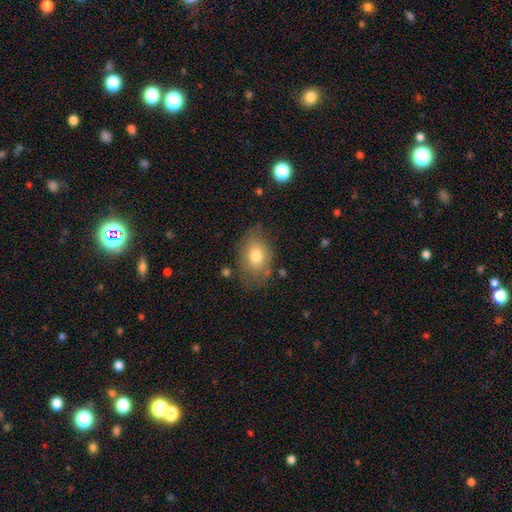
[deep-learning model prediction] This appears to be a smooth galaxy with no disk features (72%) that is in between round and cigar-shaped (81%). Merging: none (66%).